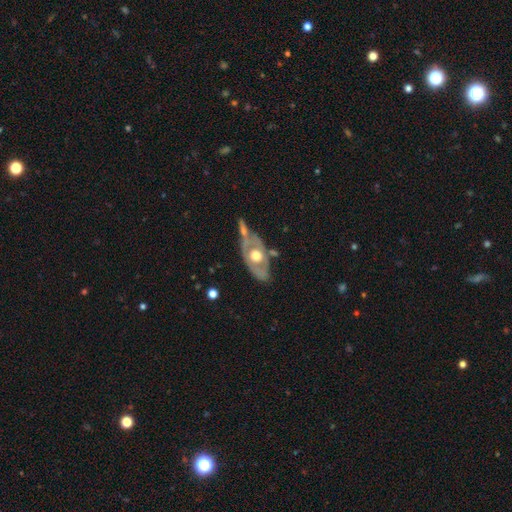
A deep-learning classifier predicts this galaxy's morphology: featured or disk 64%, smooth 31%, star or artifact 5%. Down the decision tree: edge-on disk — no (83%); bar — no (90%); spiral arms — no (80%); bulge size — moderate (66%); merging — none (51%).